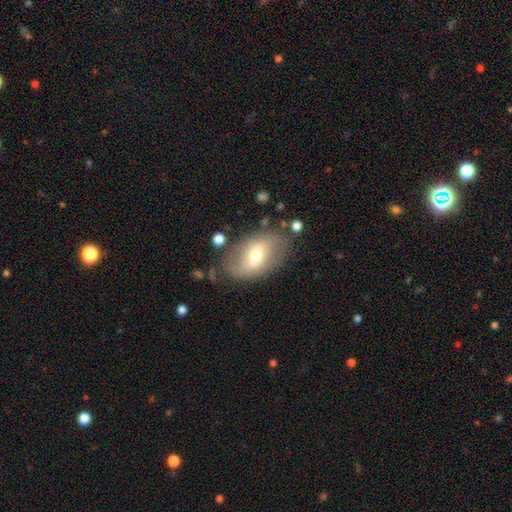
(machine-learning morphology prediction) This appears to be a featured or disk galaxy (48%). Merging: none (73%).